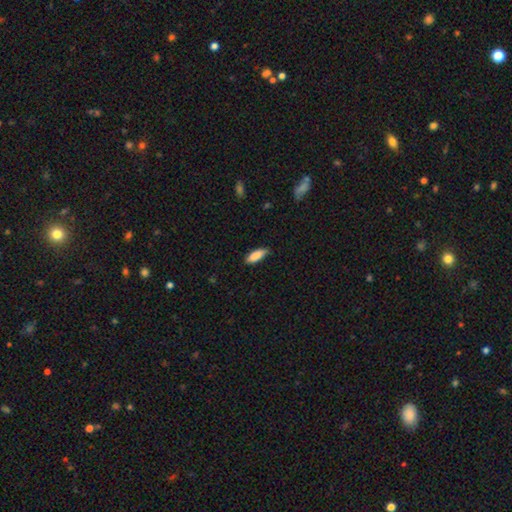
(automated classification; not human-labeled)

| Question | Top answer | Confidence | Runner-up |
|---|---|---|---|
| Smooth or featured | smooth | 87% | featured or disk (7%) |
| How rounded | in between | 70% | cigar-shaped (29%) |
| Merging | none | 77% | minor disturbance (19%) |